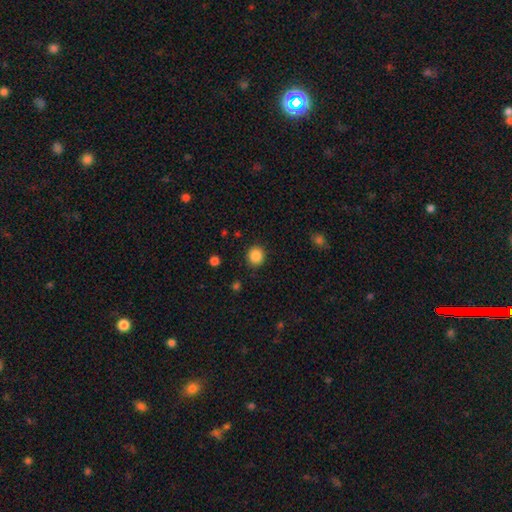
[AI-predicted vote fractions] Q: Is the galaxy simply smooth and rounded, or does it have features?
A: smooth — 87%.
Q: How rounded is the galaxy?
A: round — 89%.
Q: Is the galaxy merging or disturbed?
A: none — 90%.